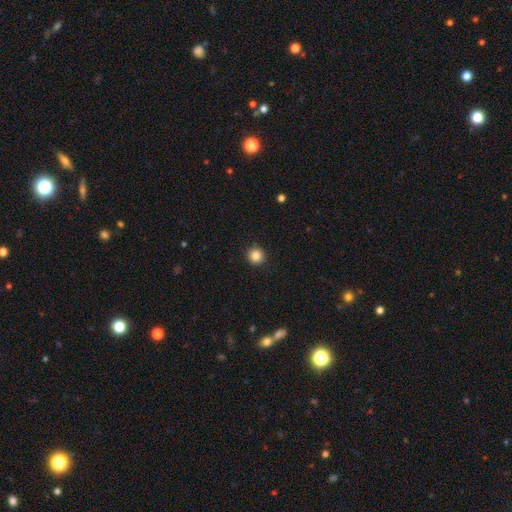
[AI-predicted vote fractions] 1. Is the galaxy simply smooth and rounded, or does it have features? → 86% smooth, 10% star or artifact, 4% featured or disk.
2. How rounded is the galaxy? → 96% round, 3% in between, 1% cigar-shaped.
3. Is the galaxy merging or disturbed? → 93% none, 5% minor disturbance, 2% major disturbance, 1% merger.